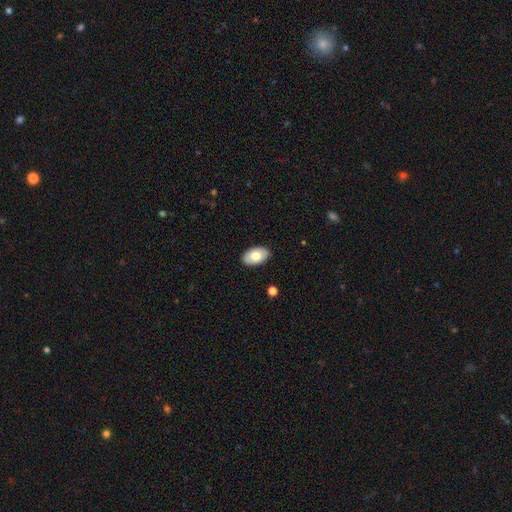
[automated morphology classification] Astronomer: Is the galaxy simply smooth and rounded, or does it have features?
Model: smooth — 70%.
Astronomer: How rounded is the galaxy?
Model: in between — 92%.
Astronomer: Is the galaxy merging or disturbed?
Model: none — 88%.